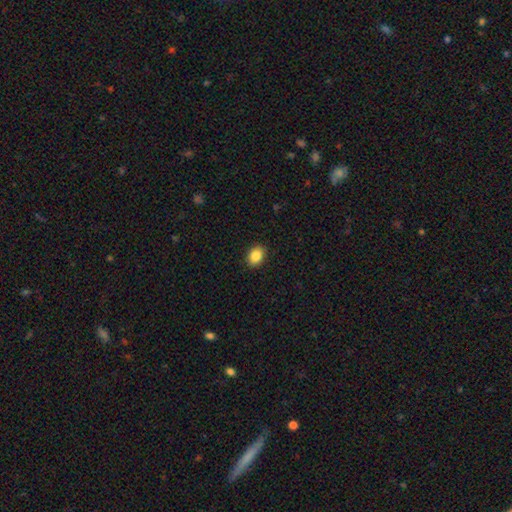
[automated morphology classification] This appears to be a smooth galaxy with no disk features (87%) that is in between round and cigar-shaped (68%). Merging: none (90%).